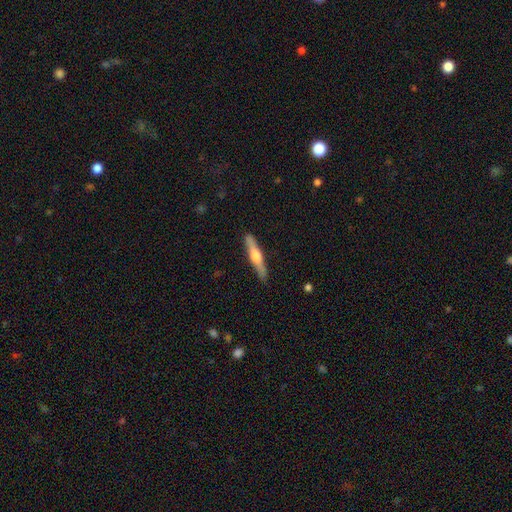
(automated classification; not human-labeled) Smooth or featured?
  - featured or disk: 59% *
  - smooth: 36%
  - star or artifact: 5%
Edge-on disk?
  - yes: 96% *
  - no: 4%
Edge-on bulge?
  - rounded: 89% *
  - boxy: 7%
  - none: 4%
Merging?
  - none: 89% *
  - minor disturbance: 8%
  - major disturbance: 2%
  - merger: 1%